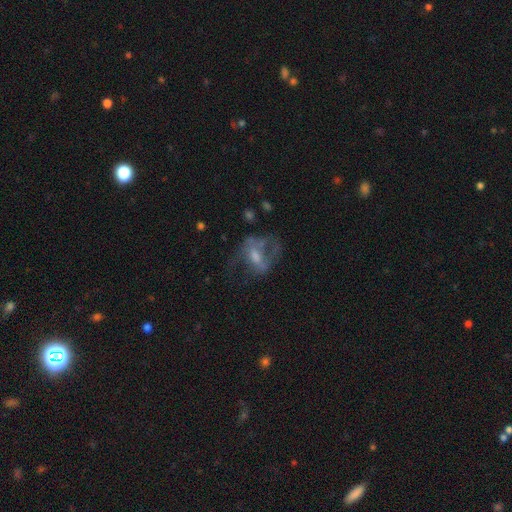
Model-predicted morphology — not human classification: featured or disk 61%, smooth 26%, star or artifact 13%. Down the decision tree: edge-on disk — no (95%); bar — no (44%); spiral arms — no (52%); bulge size — moderate (43%); merging — none (40%).